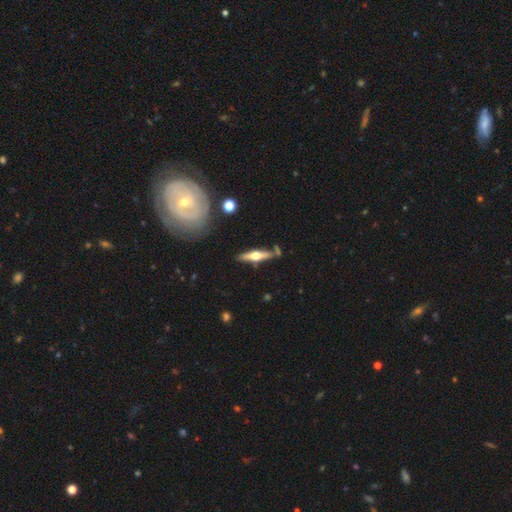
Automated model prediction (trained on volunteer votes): A featured or disk galaxy (68%) viewed edge-on (95%) with a rounded central bulge (94%).

Vote fractions:
- Smooth or featured? featured or disk: 68% / smooth: 27% / star or artifact: 6%
- Edge-on disk? yes: 95% / no: 5%
- Edge-on bulge? rounded: 94% / boxy: 3% / none: 2%
- Merging? none: 79% / minor disturbance: 12% / merger: 7% / major disturbance: 3%